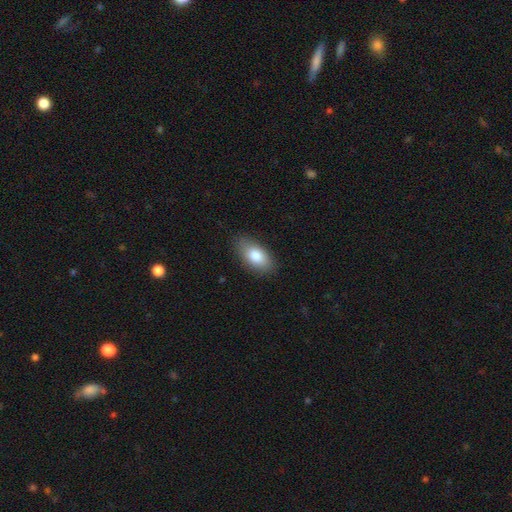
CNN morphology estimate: Q: Smooth or featured?
A: smooth (81%); runner-up: featured or disk (12%)
Q: How rounded?
A: in between (91%); runner-up: cigar-shaped (5%)
Q: Merging?
A: none (84%); runner-up: minor disturbance (12%)